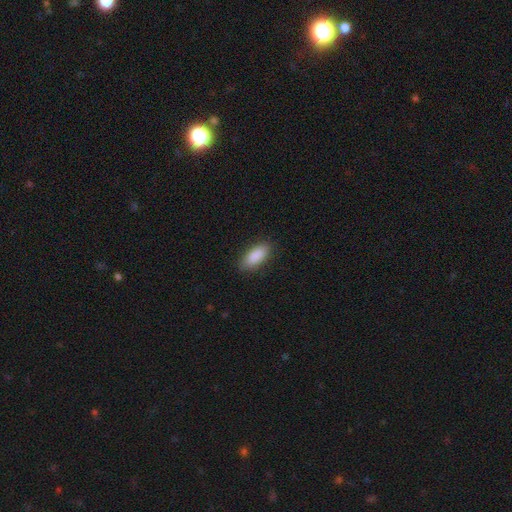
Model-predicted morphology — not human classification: The model was most divided on "how rounded": in between: 86%, cigar-shaped: 12%, round: 2%. More confident: smooth or featured — smooth (90%); merging — none (86%).